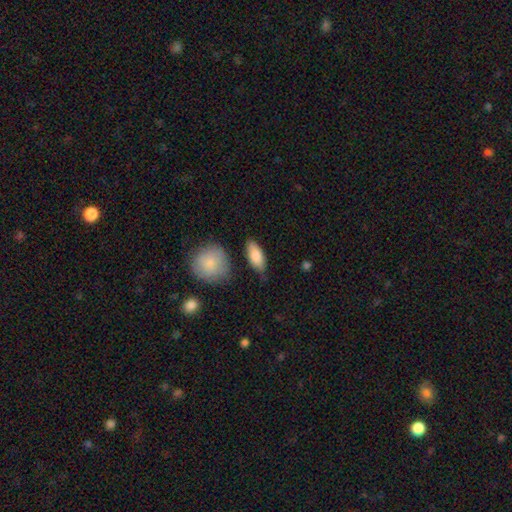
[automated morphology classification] The model was most divided on "merging": none: 75%, minor disturbance: 16%, merger: 4%, major disturbance: 4%. More confident: how rounded — in between (84%); smooth or featured — smooth (83%).